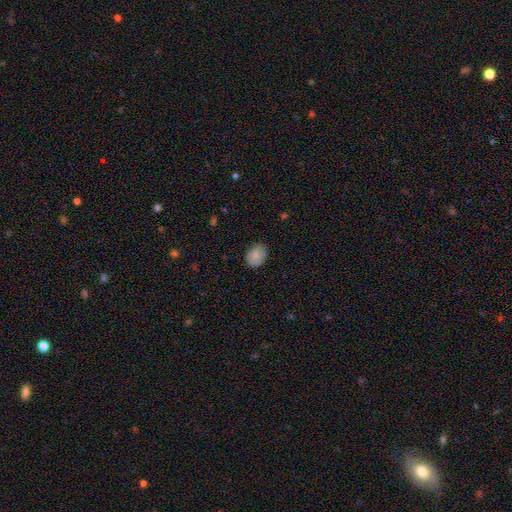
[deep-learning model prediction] The model was most divided on "how rounded": in between: 62%, round: 37%, cigar-shaped: 1%. More confident: smooth or featured — smooth (84%); merging — none (82%).